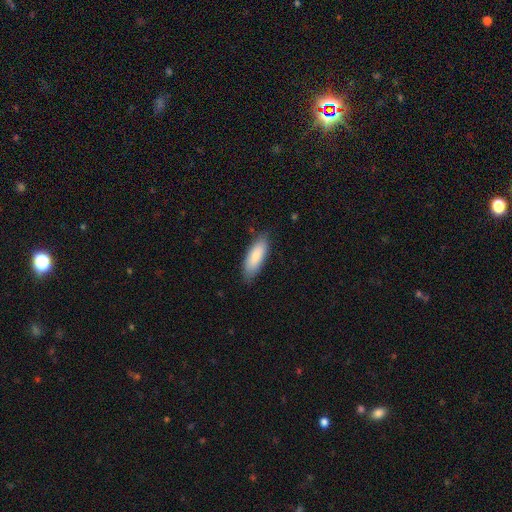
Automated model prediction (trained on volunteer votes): The model was most divided on "how rounded": in between: 70%, cigar-shaped: 29%, round: 2%. More confident: smooth or featured — smooth (85%); merging — none (80%).